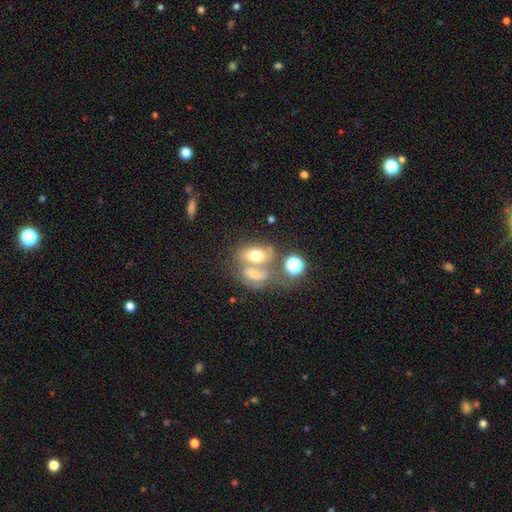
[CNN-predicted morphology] Smooth or featured? smooth (63%)
How rounded? in between (78%)
Merging? merger (54%)